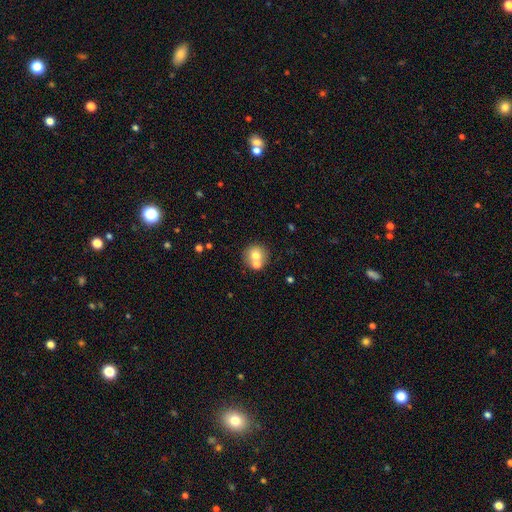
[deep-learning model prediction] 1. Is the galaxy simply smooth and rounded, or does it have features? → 71% smooth, 18% featured or disk, 11% star or artifact.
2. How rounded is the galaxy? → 91% round, 8% in between, 1% cigar-shaped.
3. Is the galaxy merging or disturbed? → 58% none, 33% merger, 7% minor disturbance, 3% major disturbance.